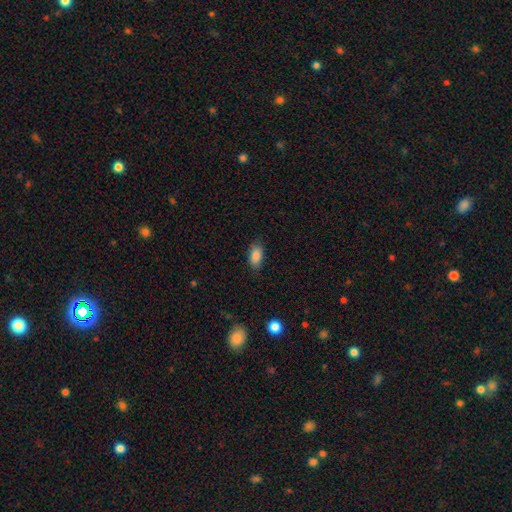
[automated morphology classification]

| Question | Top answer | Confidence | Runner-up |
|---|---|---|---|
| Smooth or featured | smooth | 86% | star or artifact (8%) |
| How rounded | in between | 90% | cigar-shaped (5%) |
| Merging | none | 78% | minor disturbance (17%) |